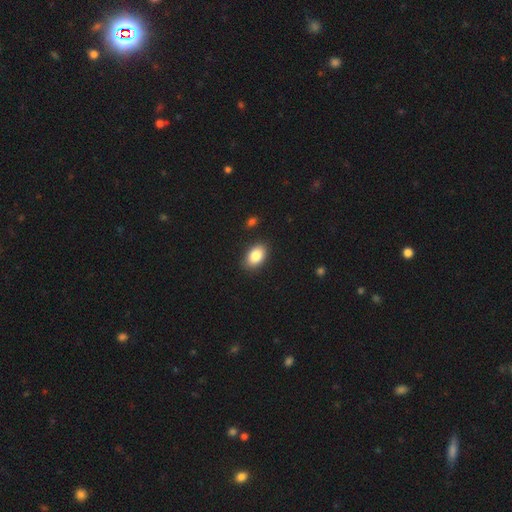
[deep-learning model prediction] A smooth galaxy with no disk features (86%) that is in between round and cigar-shaped (89%).

Vote fractions:
- Smooth or featured? smooth: 86% / star or artifact: 7% / featured or disk: 7%
- How rounded? in between: 89% / round: 10% / cigar-shaped: 1%
- Merging? none: 87% / minor disturbance: 9% / major disturbance: 2% / merger: 2%